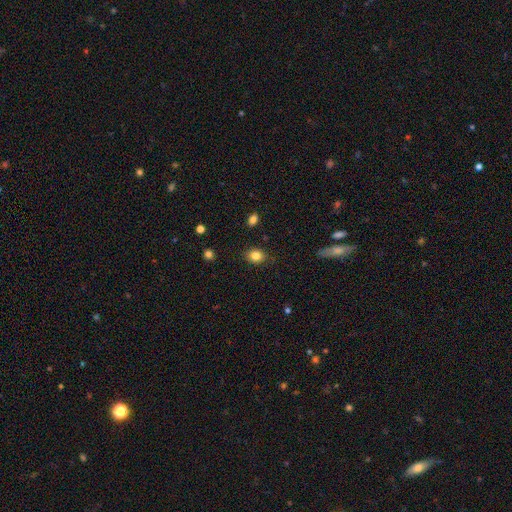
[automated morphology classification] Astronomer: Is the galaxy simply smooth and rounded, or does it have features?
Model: smooth — 83%.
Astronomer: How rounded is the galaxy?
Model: in between — 51% (runner-up: round, 48%).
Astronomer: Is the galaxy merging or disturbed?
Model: none — 84%.